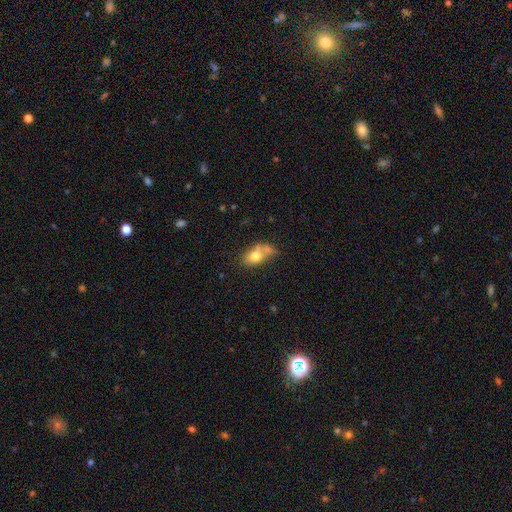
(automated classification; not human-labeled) Morphology: type=smooth (71%); roundness=in between (78%); merging=merger (36%).